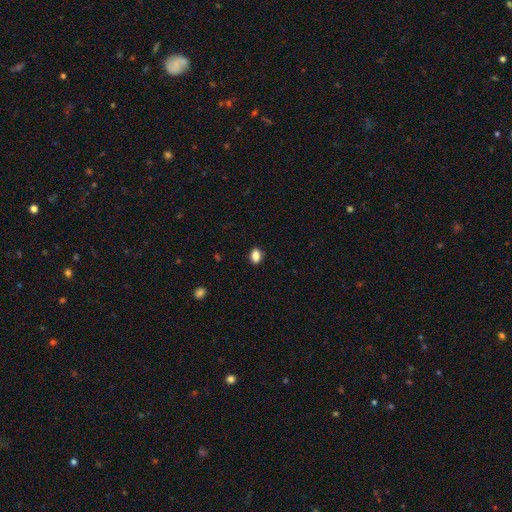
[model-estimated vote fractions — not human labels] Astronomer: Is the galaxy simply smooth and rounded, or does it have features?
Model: smooth — 86%.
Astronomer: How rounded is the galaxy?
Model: in between — 79%.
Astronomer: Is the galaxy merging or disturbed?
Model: none — 88%.